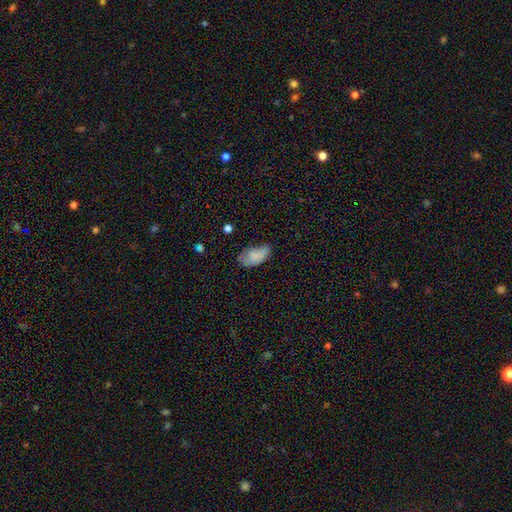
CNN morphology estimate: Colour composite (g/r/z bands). It shows a smooth galaxy with no disk features (75%) that is in between round and cigar-shaped (94%). Merging: none (39%, tied with minor disturbance).